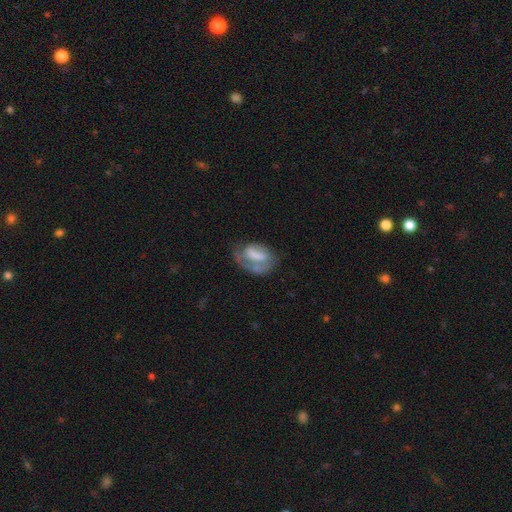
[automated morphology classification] A smooth galaxy with no disk features (46%, tied with featured or disk).

Vote fractions:
- Smooth or featured? smooth: 46% (tied) / featured or disk: 46% (tied) / star or artifact: 8%
- Merging? none: 36% / major disturbance: 31% / minor disturbance: 27% / merger: 5%